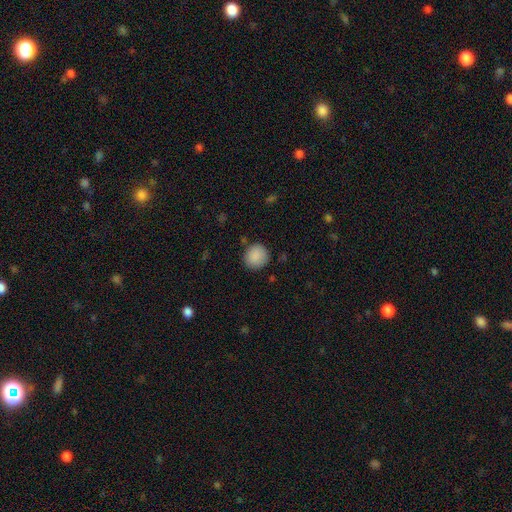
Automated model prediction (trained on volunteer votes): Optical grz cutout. It shows a smooth galaxy with no disk features (89%) that is round (88%). Merging: none (85%).